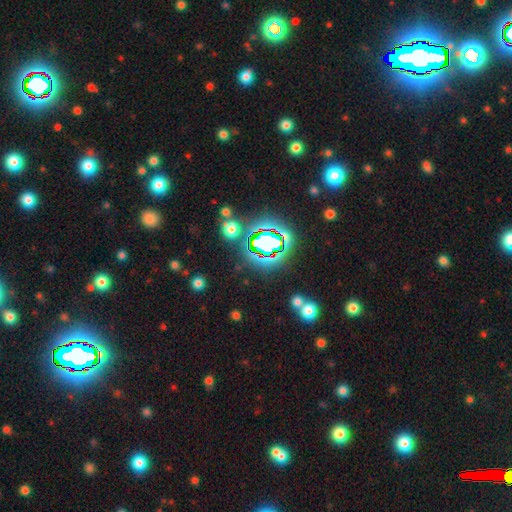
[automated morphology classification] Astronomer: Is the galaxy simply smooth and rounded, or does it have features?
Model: star or artifact — 80%.